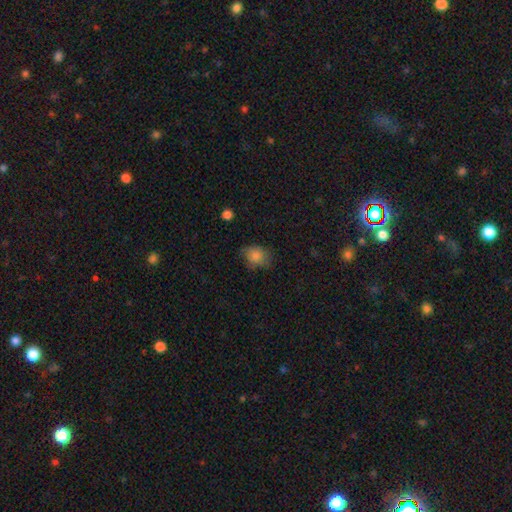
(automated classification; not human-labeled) A smooth galaxy with no disk features (81%) that is in between round and cigar-shaped (50%). Merging: none (62%).